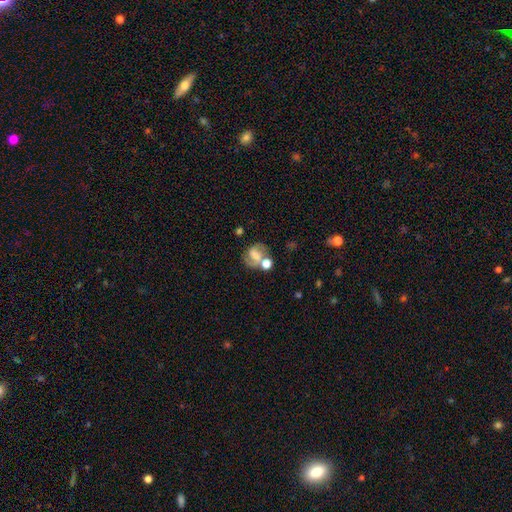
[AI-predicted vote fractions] featured or disk 55%, smooth 34%, star or artifact 11%. Down the decision tree: edge-on disk — no (97%); bar — weak (40%); spiral arms — yes (80%); bulge size — none (33%); merging — none (46%).